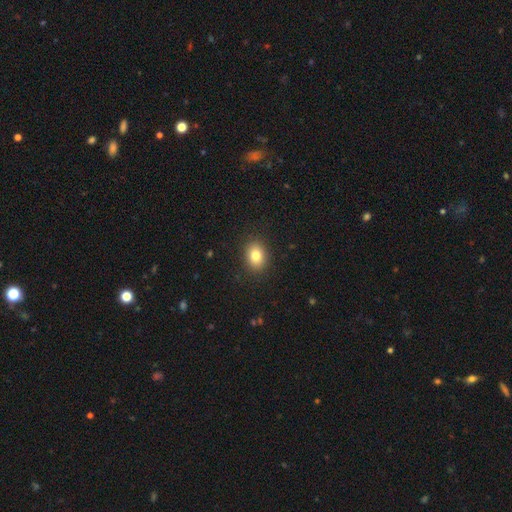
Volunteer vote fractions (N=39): smooth-or-featured: smooth: 87% | star or artifact: 8% | featured or disk: 5%
  how-rounded: in between: 65% | round: 35% | cigar-shaped: 0%
  merging: none: 94% | minor disturbance: 6% | major disturbance: 0% | merger: 0%